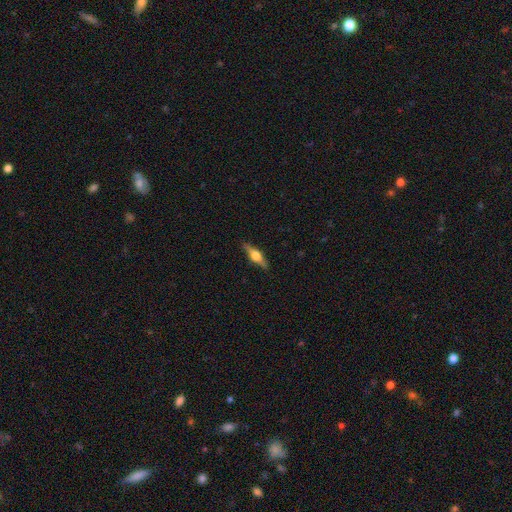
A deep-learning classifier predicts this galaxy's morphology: A featured or disk galaxy (63%) viewed edge-on (95%) with a rounded central bulge (93%).

Vote fractions:
- Smooth or featured? featured or disk: 63% / smooth: 31% / star or artifact: 6%
- Edge-on disk? yes: 95% / no: 5%
- Edge-on bulge? rounded: 93% / boxy: 5% / none: 2%
- Merging? none: 88% / minor disturbance: 9% / major disturbance: 2% / merger: 1%